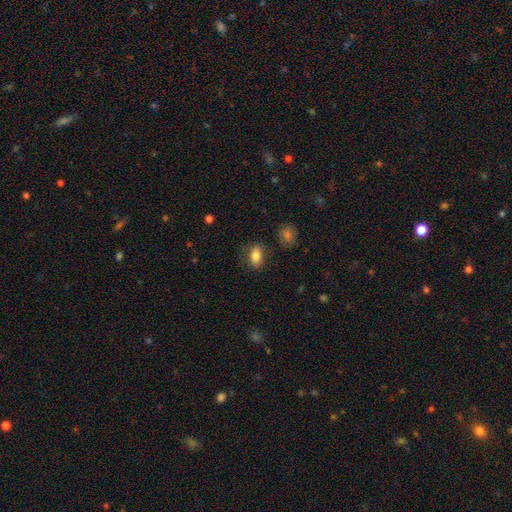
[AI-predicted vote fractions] smooth-or-featured: smooth: 81% | featured or disk: 11% | star or artifact: 8%
  how-rounded: in between: 87% | round: 9% | cigar-shaped: 4%
  merging: none: 79% | minor disturbance: 14% | major disturbance: 4% | merger: 2%